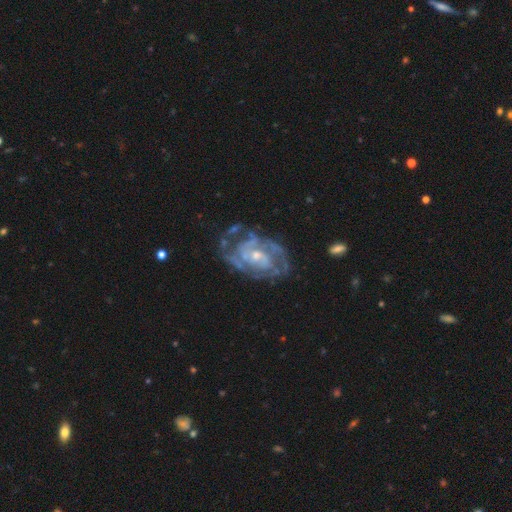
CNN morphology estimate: Smooth or featured: featured or disk — 87% (smooth — 8%)
Edge-on disk: no — 97% (yes — 3%)
Bar: no — 62% (weak — 31%)
Spiral arms: yes — 88% (no — 12%)
Spiral winding: tight — 55% (medium — 35%)
Spiral arm count: can't tell — 36% (2 — 34%)
Bulge size: small — 53% (moderate — 41%)
Merging: none — 59% (minor disturbance — 22%)